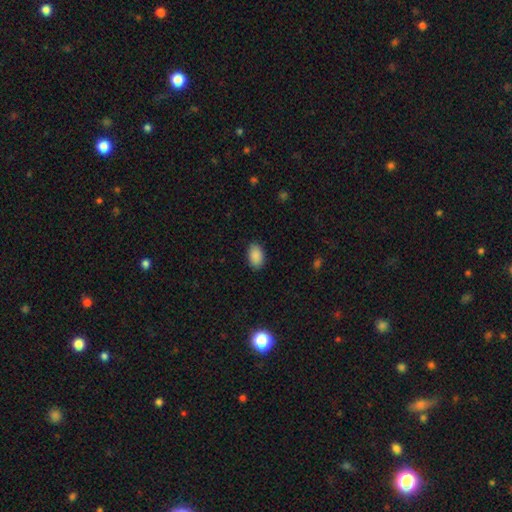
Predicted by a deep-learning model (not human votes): smooth-or-featured: smooth: 89% | star or artifact: 8% | featured or disk: 3%
  how-rounded: in between: 90% | round: 8% | cigar-shaped: 1%
  merging: none: 87% | minor disturbance: 10% | major disturbance: 2% | merger: 1%